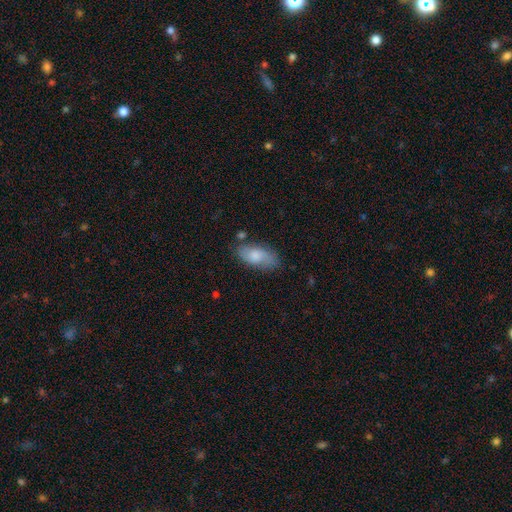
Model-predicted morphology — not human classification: This appears to be a smooth galaxy with no disk features (68%) that is in between round and cigar-shaped (91%). Merging: none (67%).